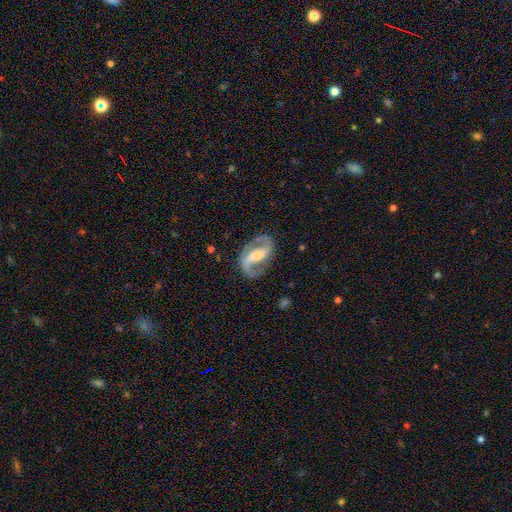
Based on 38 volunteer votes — smooth-or-featured: featured or disk: 92% | smooth: 5% | star or artifact: 3%
  disk-edge-on: no: 94% | yes: 6%
    bar: weak: 48% | strong: 36% | no: 15%
    has-spiral-arms: yes: 97% | no: 3%
      spiral-winding: medium: 50% | tight: 28% | loose: 22%
      spiral-arm-count: 2: 100% | 1: 0% | 3: 0% | 4: 0% | more than 4: 0% | can't tell: 0%
    bulge-size: moderate: 73% | small: 21% | large: 3% | none: 3% | dominant: 0%
  merging: none: 89% | merger: 5% | minor disturbance: 3% | major disturbance: 3%